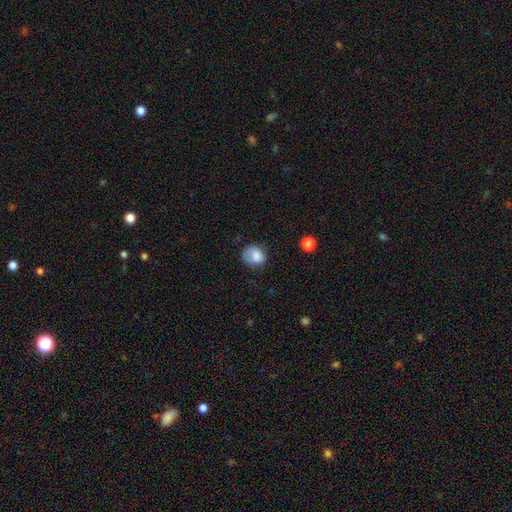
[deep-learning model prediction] Smooth or featured: smooth — 80% (featured or disk — 10%)
How rounded: round — 60% (in between — 39%)
Merging: none — 55% (minor disturbance — 29%)